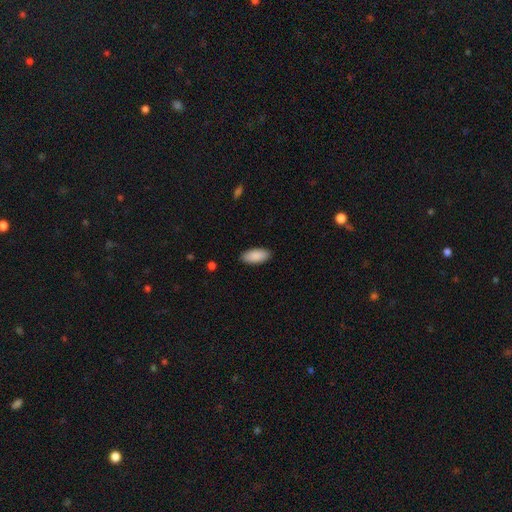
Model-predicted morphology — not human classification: This appears to be a smooth galaxy with no disk features (90%) that is in between round and cigar-shaped (91%). Merging: none (88%).